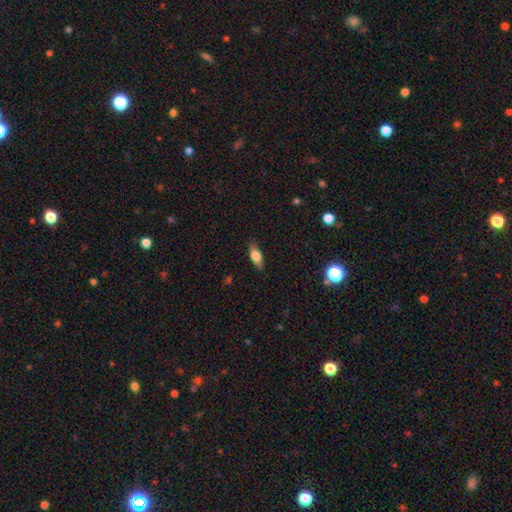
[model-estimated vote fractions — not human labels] smooth_or_featured: smooth (p=0.70) [alt: featured or disk p=0.23]
how_rounded: in between (p=0.72) [alt: cigar-shaped p=0.24]
merging: none (p=0.83) [alt: minor disturbance p=0.13]